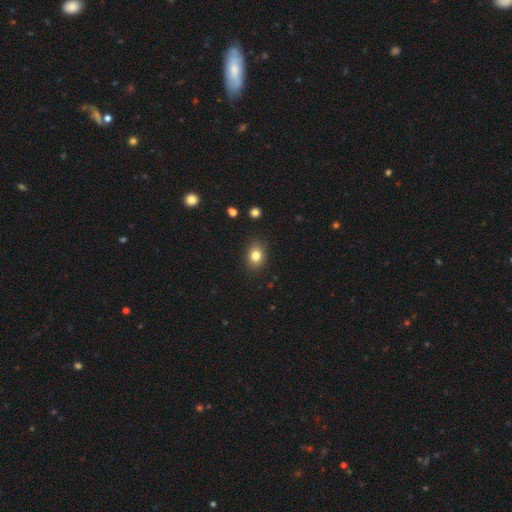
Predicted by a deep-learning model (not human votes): Morphology: type=smooth (81%); roundness=in between (58%); merging=none (86%).